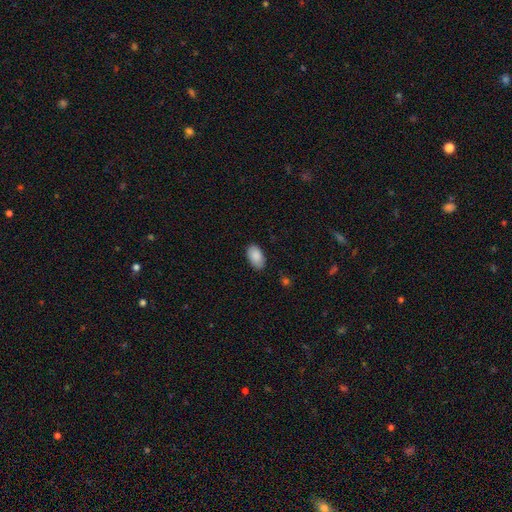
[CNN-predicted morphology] smooth_or_featured: smooth (p=0.89) [alt: star or artifact p=0.07]
how_rounded: in between (p=0.95) [alt: round p=0.04]
merging: none (p=0.86) [alt: minor disturbance p=0.11]